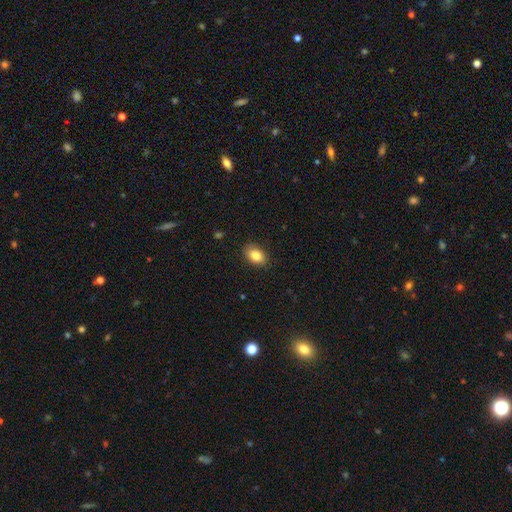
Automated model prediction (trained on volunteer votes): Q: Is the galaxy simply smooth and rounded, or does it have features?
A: smooth — 85%.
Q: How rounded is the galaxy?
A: in between — 83%.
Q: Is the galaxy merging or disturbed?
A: none — 87%.